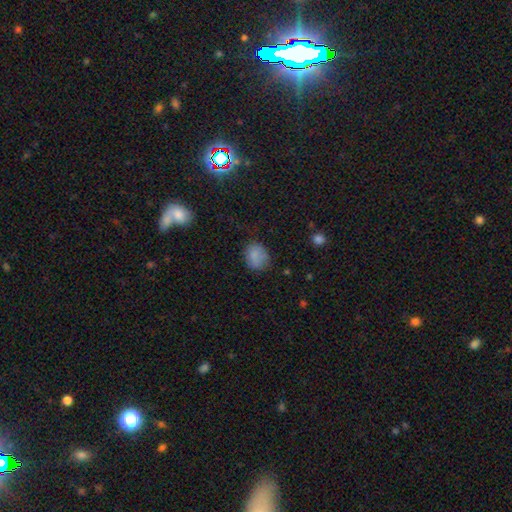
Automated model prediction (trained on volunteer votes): smooth_or_featured: smooth (p=0.80) [alt: star or artifact p=0.11]
how_rounded: round (p=0.53) [alt: in between p=0.46]
merging: none (p=0.68) [alt: minor disturbance p=0.22]